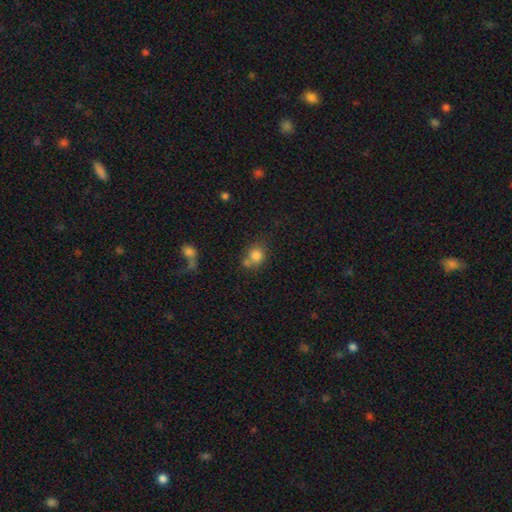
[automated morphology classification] A smooth galaxy with no disk features (81%) that is round (75%). Merging: none (50%).